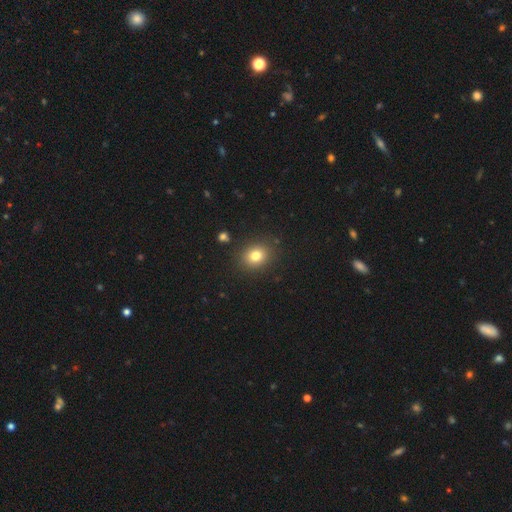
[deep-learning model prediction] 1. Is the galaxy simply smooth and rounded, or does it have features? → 79% smooth, 13% star or artifact, 8% featured or disk.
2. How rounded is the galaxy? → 62% round, 38% in between, 1% cigar-shaped.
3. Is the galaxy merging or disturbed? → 88% none, 8% minor disturbance, 3% major disturbance, 2% merger.